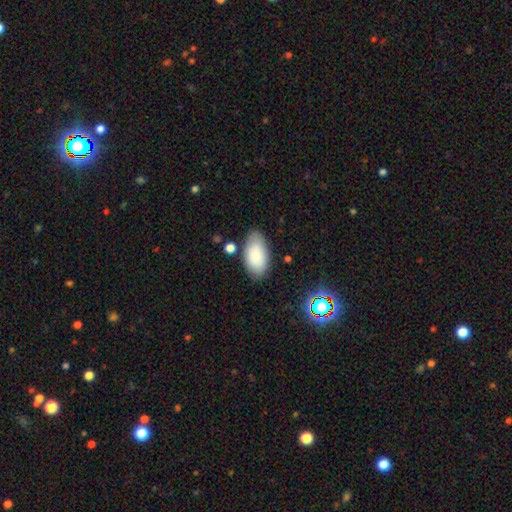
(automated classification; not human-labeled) This is clearly a smooth galaxy (84%). How rounded: clearly in between (94%). Merging: likely none (77%).